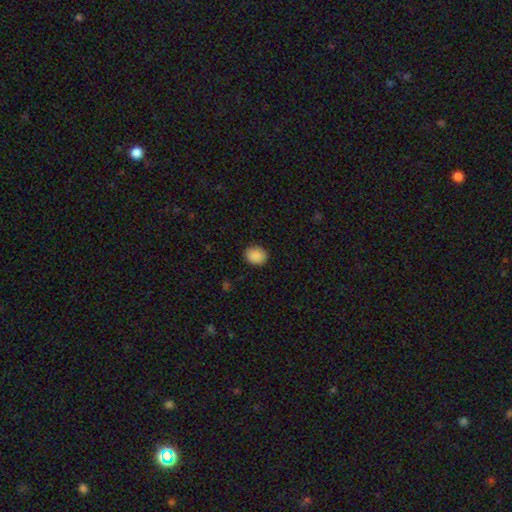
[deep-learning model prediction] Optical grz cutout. It shows a smooth galaxy with no disk features (89%) that is round (59%). Merging: none (88%).